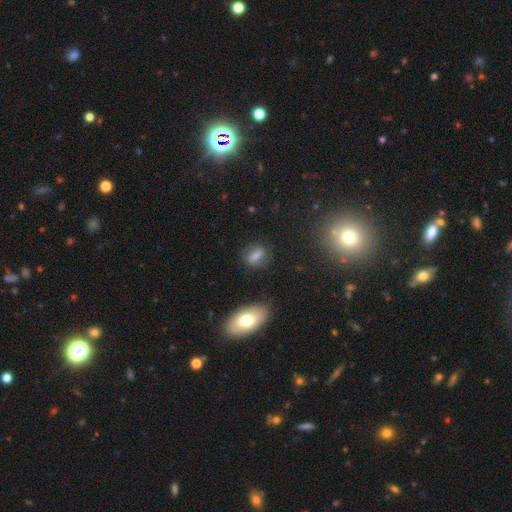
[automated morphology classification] smooth 64%, featured or disk 23%, star or artifact 13%. Down the decision tree: how rounded — in between (64%); merging — none (77%).